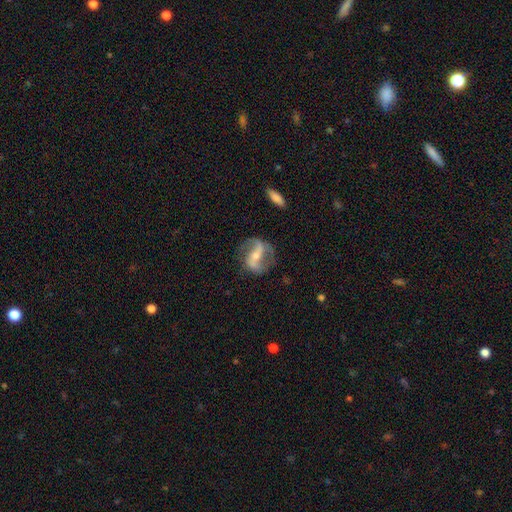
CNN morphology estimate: featured or disk 86%, smooth 8%, star or artifact 6%. Down the decision tree: edge-on disk — no (96%); bar — strong (48%); spiral arms — yes (94%); spiral arm count — 2 (90%); spiral winding — loose (45%); bulge size — small (55%); merging — none (76%).